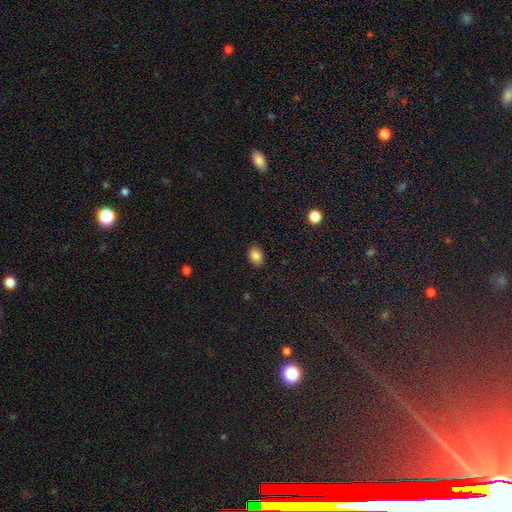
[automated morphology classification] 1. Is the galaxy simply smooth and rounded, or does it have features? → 86% smooth, 10% star or artifact, 5% featured or disk.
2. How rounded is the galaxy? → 72% in between, 27% round, 1% cigar-shaped.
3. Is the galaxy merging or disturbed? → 87% none, 9% minor disturbance, 2% major disturbance, 1% merger.